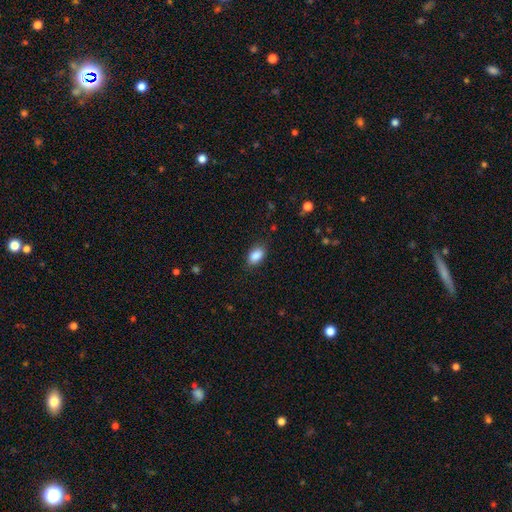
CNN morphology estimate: smooth_or_featured: smooth (p=0.88) [alt: star or artifact p=0.08]
how_rounded: in between (p=0.90) [alt: round p=0.08]
merging: none (p=0.84) [alt: minor disturbance p=0.12]